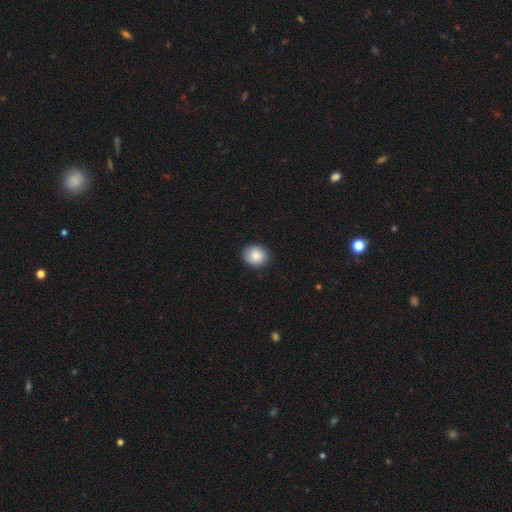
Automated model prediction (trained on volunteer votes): smooth_or_featured: smooth (p=0.86) [alt: star or artifact p=0.08]
how_rounded: round (p=0.76) [alt: in between p=0.23]
merging: none (p=0.87) [alt: minor disturbance p=0.10]